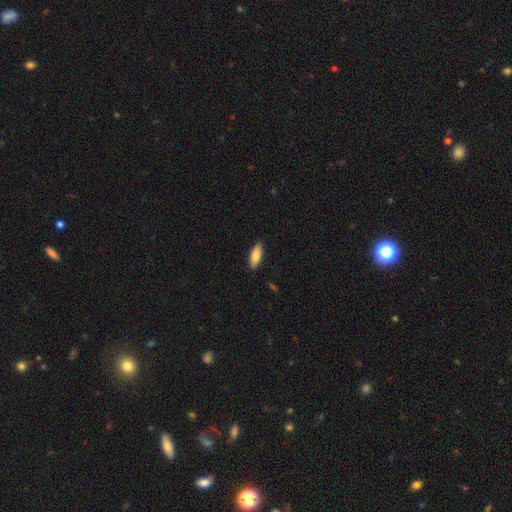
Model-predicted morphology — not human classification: Overall: smooth (83%). How rounded: in between (68%; cigar-shaped 30%). Merging: none (89%).